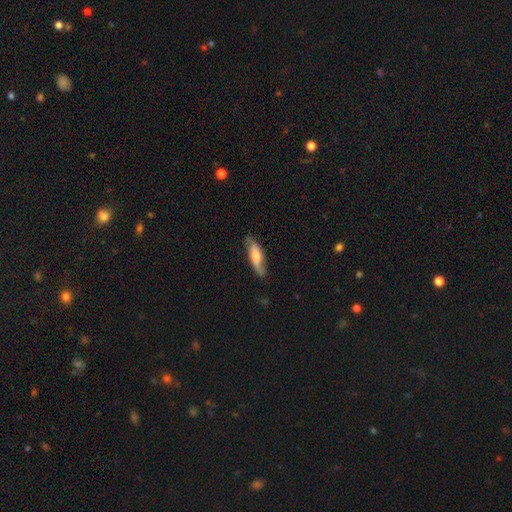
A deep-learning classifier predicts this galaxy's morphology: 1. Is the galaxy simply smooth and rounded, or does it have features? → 48% featured or disk, 46% smooth, 6% star or artifact.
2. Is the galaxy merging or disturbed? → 76% none, 18% minor disturbance, 4% major disturbance, 1% merger.